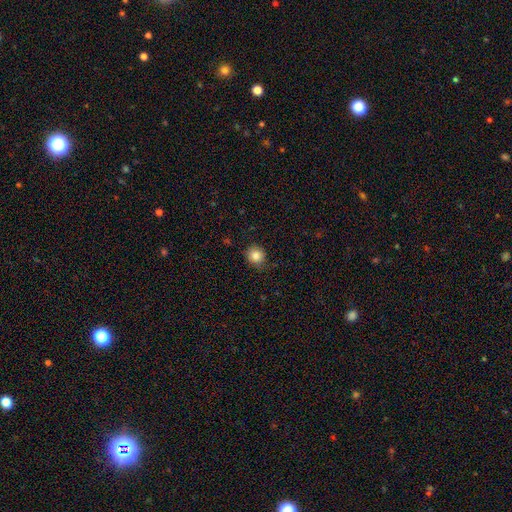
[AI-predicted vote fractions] A smooth galaxy with no disk features (85%) that is round (86%). Merging: none (80%).